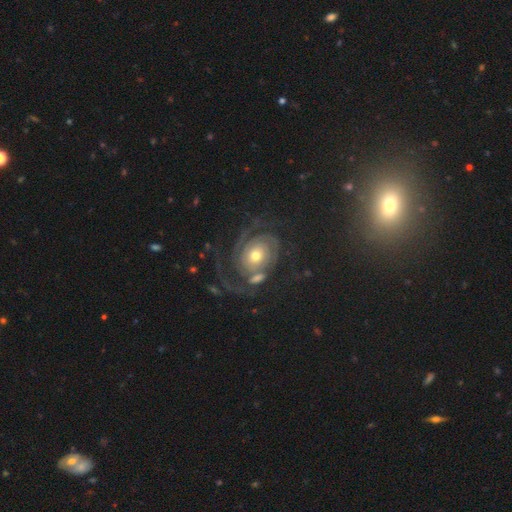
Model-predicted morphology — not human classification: The model was most divided on "bulge size": moderate: 59%, small: 31%, large: 7%, dominant: 2%, none: 1%. More confident: edge-on disk — no (97%); spiral arms — yes (94%); smooth or featured — featured or disk (84%); bar — no (78%); spiral winding — tight (60%); spiral arm count — 2 (55%); merging — none (52%).